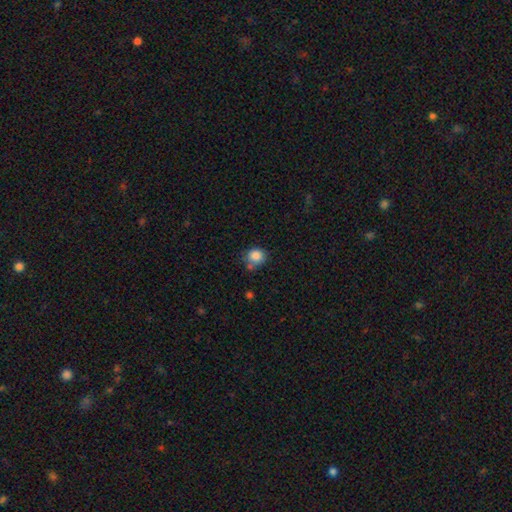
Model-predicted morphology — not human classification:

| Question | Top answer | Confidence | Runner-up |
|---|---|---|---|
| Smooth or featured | smooth | 85% | star or artifact (10%) |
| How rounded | round | 81% | in between (18%) |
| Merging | none | 68% | minor disturbance (18%) |